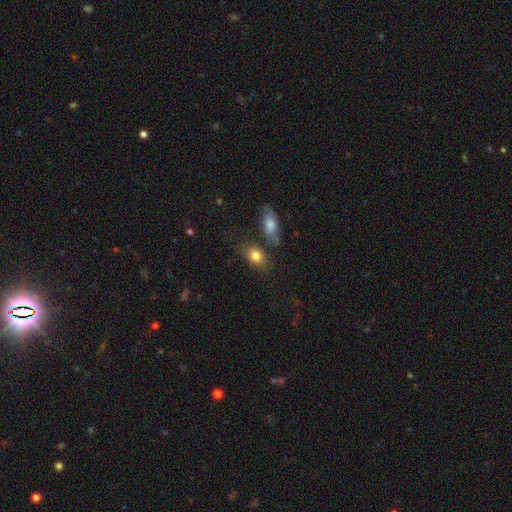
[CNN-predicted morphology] Q: Smooth or featured?
A: smooth (81%); runner-up: featured or disk (10%)
Q: How rounded?
A: in between (77%); runner-up: round (20%)
Q: Merging?
A: none (70%); runner-up: minor disturbance (14%)